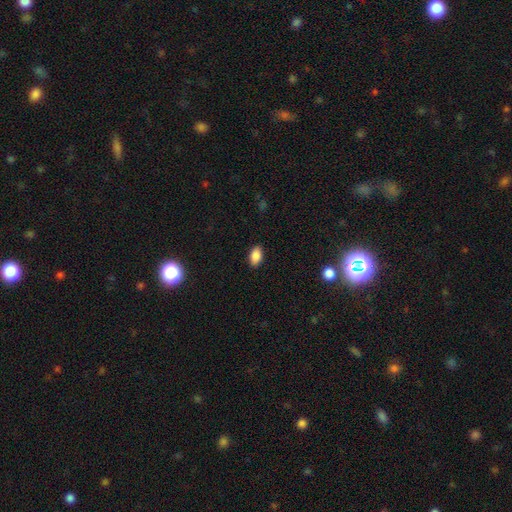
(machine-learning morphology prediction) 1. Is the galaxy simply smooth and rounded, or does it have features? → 87% smooth, 8% star or artifact, 4% featured or disk.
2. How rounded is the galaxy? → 91% in between, 6% round, 2% cigar-shaped.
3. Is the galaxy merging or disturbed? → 89% none, 8% minor disturbance, 2% major disturbance, 1% merger.